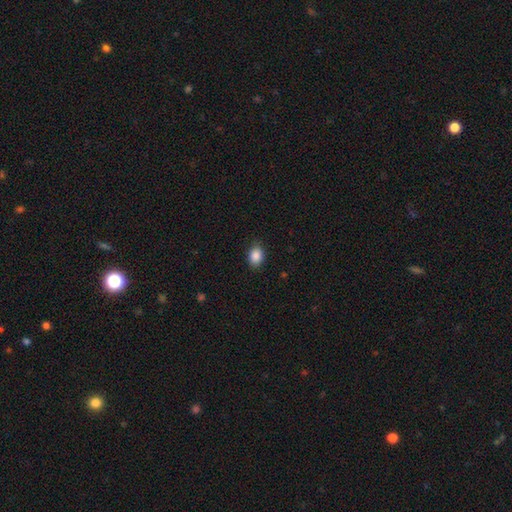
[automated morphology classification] Overall: smooth (88%). How rounded: in between (68%; round 31%). Merging: none (87%).